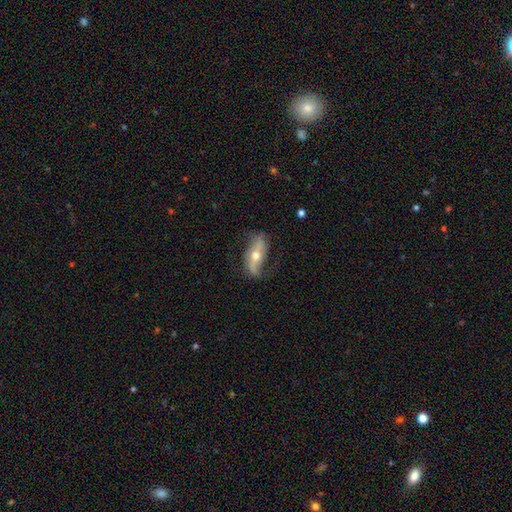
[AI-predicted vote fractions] Smooth or featured? Predicted: featured or disk (p=0.71). Edge-on disk? Predicted: no (p=0.80). Bar? Predicted: strong (p=0.38, tied with no). Spiral arms? Predicted: yes (p=0.82). Bulge size? Predicted: moderate (p=0.64). Merging? Predicted: none (p=0.63).